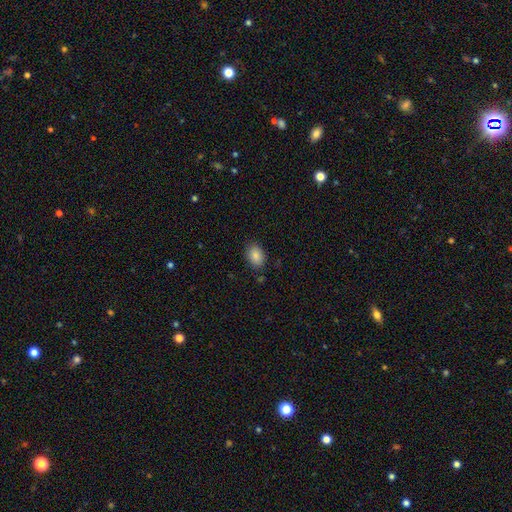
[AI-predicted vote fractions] Q: Smooth or featured?
A: smooth (86%); runner-up: star or artifact (8%)
Q: How rounded?
A: in between (81%); runner-up: round (18%)
Q: Merging?
A: none (85%); runner-up: minor disturbance (11%)